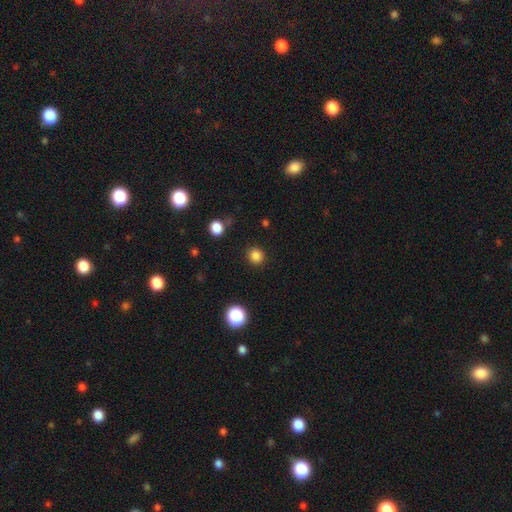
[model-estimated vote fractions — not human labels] Smooth or featured: smooth — 84% (star or artifact — 13%)
How rounded: round — 92% (in between — 7%)
Merging: none — 89% (minor disturbance — 7%)